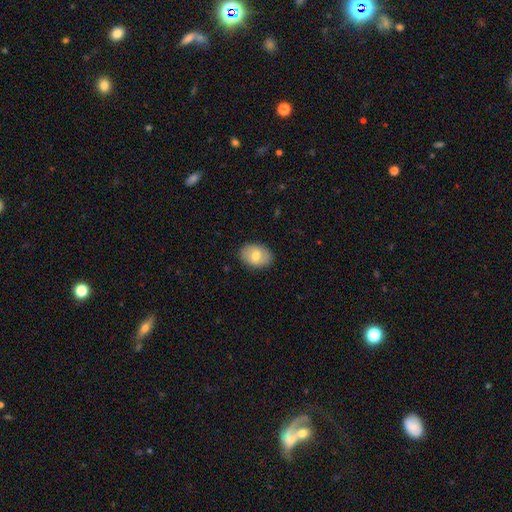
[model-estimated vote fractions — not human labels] A smooth galaxy with no disk features (70%) that is in between round and cigar-shaped (76%).

Vote fractions:
- Smooth or featured? smooth: 70% / featured or disk: 23% / star or artifact: 7%
- How rounded? in between: 76% / round: 23% / cigar-shaped: 1%
- Merging? none: 87% / minor disturbance: 10% / major disturbance: 2% / merger: 1%